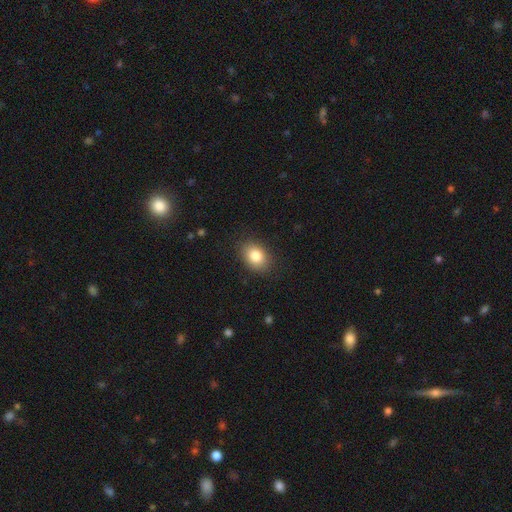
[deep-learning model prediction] Overall: smooth (83%). How rounded: in between (73%). Merging: none (86%).